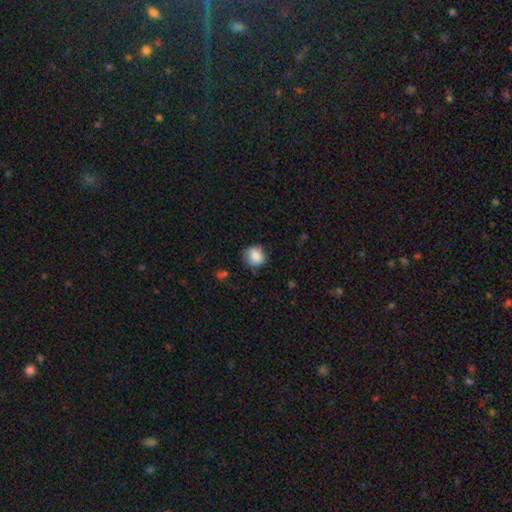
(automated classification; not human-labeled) smooth-or-featured: smooth: 84% | star or artifact: 8% | featured or disk: 8%
  how-rounded: round: 83% | in between: 16% | cigar-shaped: 1%
  merging: none: 74% | minor disturbance: 20% | major disturbance: 4% | merger: 2%